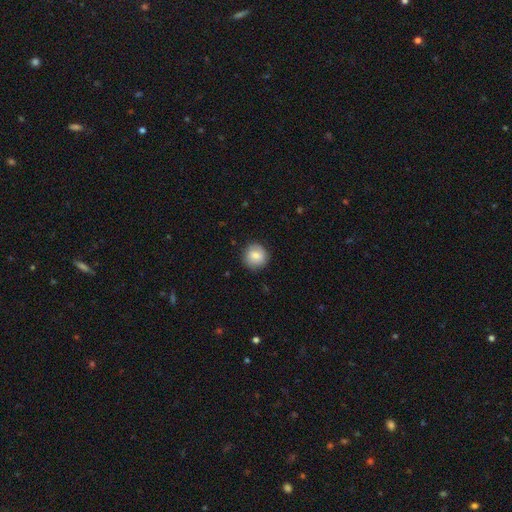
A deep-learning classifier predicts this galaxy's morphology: Smooth or featured? Predicted: smooth (p=0.81). How rounded? Predicted: round (p=0.92). Merging? Predicted: none (p=0.87).